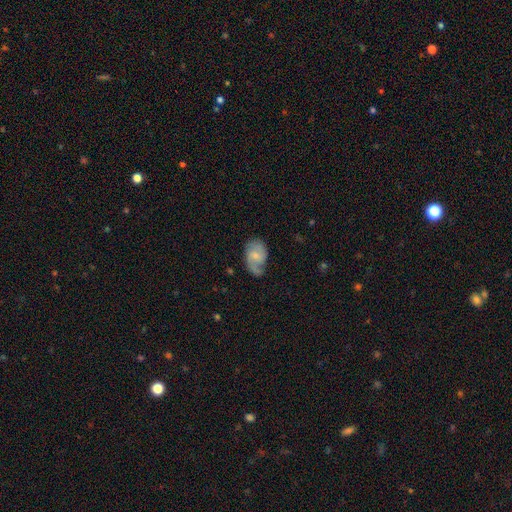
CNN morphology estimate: Smooth or featured? Predicted: featured or disk (p=0.62). Edge-on disk? Predicted: no (p=0.97). Bar? Predicted: no (p=0.53). Spiral arms? Predicted: yes (p=0.90). Spiral winding? Predicted: medium (p=0.45). Spiral arm count? Predicted: 2 (p=0.63). Bulge size? Predicted: small (p=0.56). Merging? Predicted: none (p=0.56).